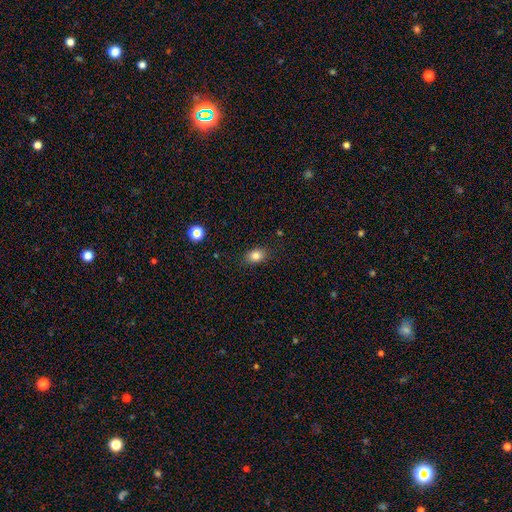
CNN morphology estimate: smooth-or-featured: smooth: 83% | star or artifact: 10% | featured or disk: 7%
  how-rounded: in between: 71% | round: 27% | cigar-shaped: 1%
  merging: none: 86% | minor disturbance: 10% | major disturbance: 3% | merger: 1%